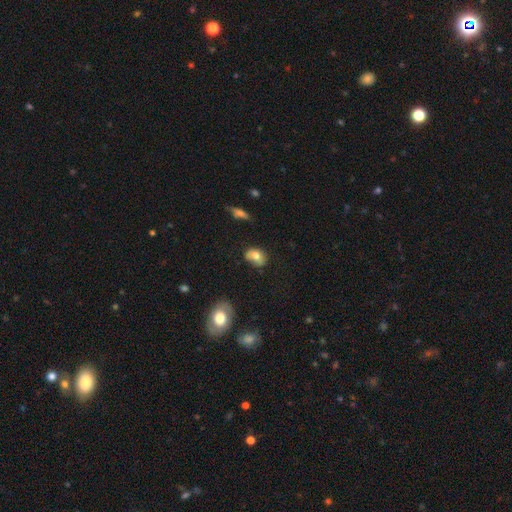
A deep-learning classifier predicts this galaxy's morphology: Overall: smooth (73%). How rounded: in between (71%). Merging: none (54%; minor disturbance 32%).